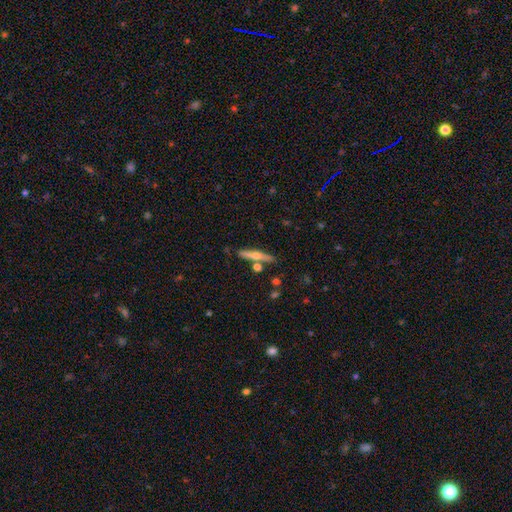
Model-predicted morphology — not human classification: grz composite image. It shows a featured or disk galaxy (54%) viewed edge-on (94%) with a rounded central bulge (88%). Merging: none (79%).